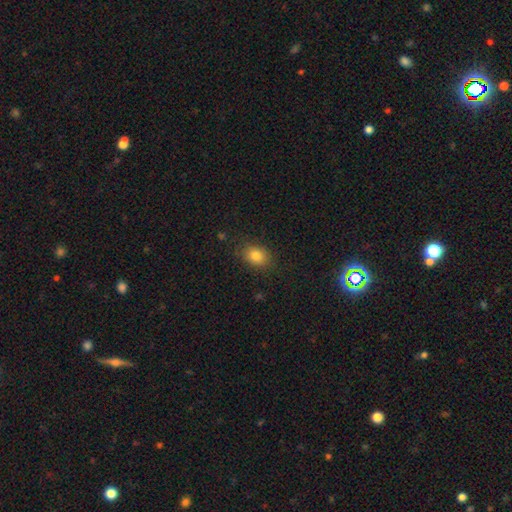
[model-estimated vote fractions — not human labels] The model was most divided on "how rounded": in between: 65%, round: 33%, cigar-shaped: 1%. More confident: merging — none (84%); smooth or featured — smooth (82%).